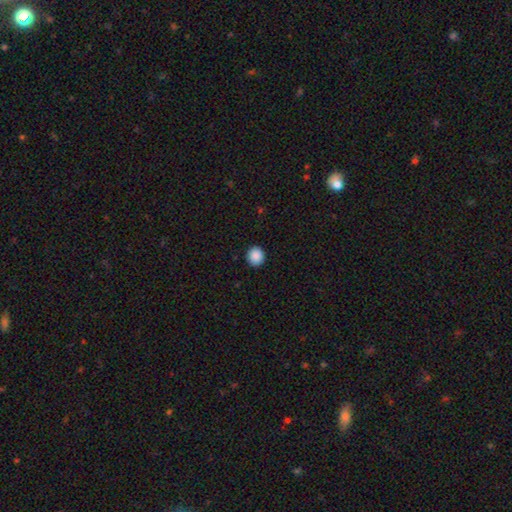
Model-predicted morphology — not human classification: Smooth or featured: smooth — 89% (star or artifact — 9%)
How rounded: round — 91% (in between — 8%)
Merging: none — 93% (minor disturbance — 5%)